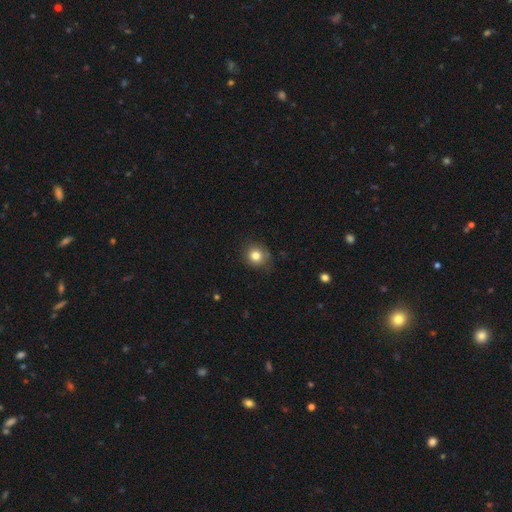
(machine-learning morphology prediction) A smooth galaxy with no disk features (81%) that is round (86%). Merging: none (82%).